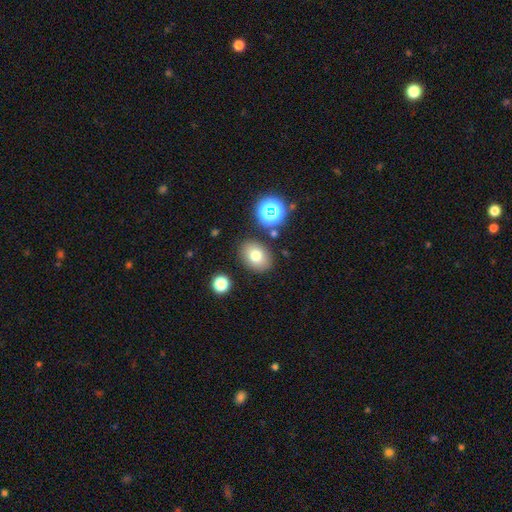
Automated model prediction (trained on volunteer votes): Smooth or featured?
  - smooth: 75% *
  - star or artifact: 13%
  - featured or disk: 12%
How rounded?
  - in between: 68% *
  - round: 31%
  - cigar-shaped: 1%
Merging?
  - none: 83% *
  - minor disturbance: 10%
  - merger: 4%
  - major disturbance: 3%